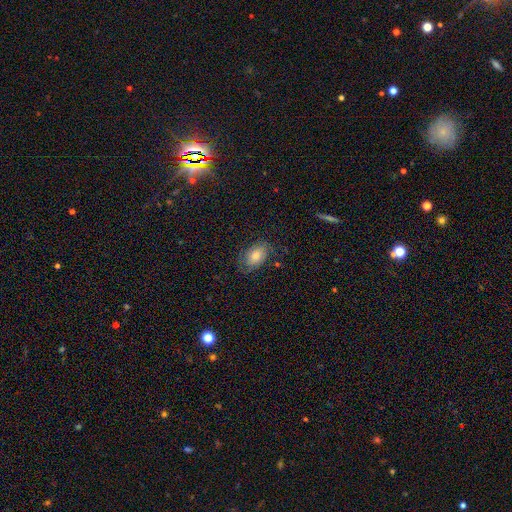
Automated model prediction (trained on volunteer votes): A smooth galaxy with no disk features (58%) that is in between round and cigar-shaped (86%).

Vote fractions:
- Smooth or featured? smooth: 58% / featured or disk: 30% / star or artifact: 12%
- How rounded? in between: 86% / round: 12% / cigar-shaped: 2%
- Merging? none: 72% / minor disturbance: 19% / major disturbance: 7% / merger: 1%